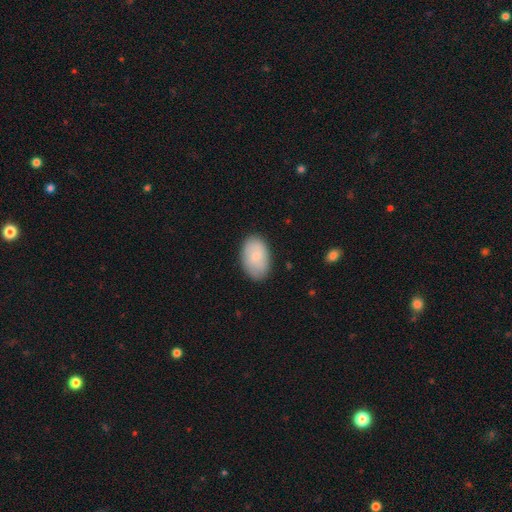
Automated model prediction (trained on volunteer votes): smooth_or_featured: smooth (p=0.82) [alt: featured or disk p=0.12]
how_rounded: in between (p=0.92) [alt: round p=0.07]
merging: none (p=0.83) [alt: minor disturbance p=0.13]